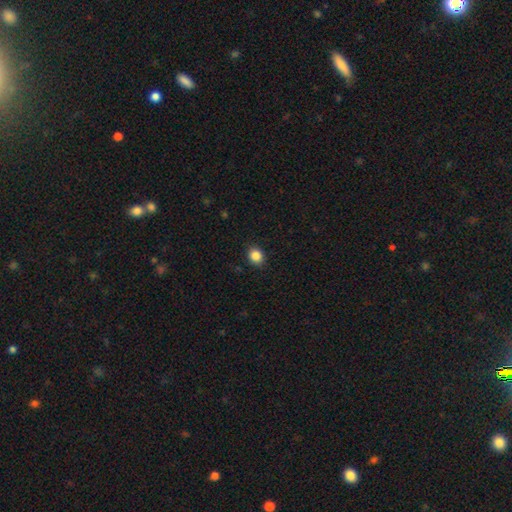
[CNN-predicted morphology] Smooth or featured? Predicted: smooth (p=0.86). How rounded? Predicted: round (p=0.68). Merging? Predicted: none (p=0.89).